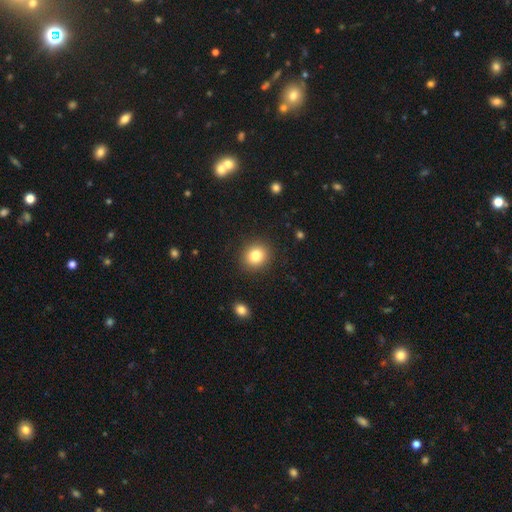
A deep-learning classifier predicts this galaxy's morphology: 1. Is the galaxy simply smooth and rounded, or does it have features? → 82% smooth, 11% star or artifact, 8% featured or disk.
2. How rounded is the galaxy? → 77% round, 22% in between, 1% cigar-shaped.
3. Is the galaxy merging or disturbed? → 90% none, 6% minor disturbance, 2% major disturbance, 1% merger.